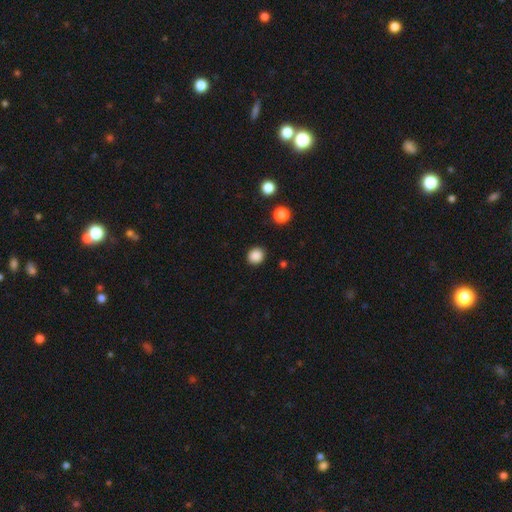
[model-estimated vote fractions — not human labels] Q: Smooth or featured?
A: smooth (87%); runner-up: star or artifact (11%)
Q: How rounded?
A: round (83%); runner-up: in between (16%)
Q: Merging?
A: none (91%); runner-up: minor disturbance (6%)